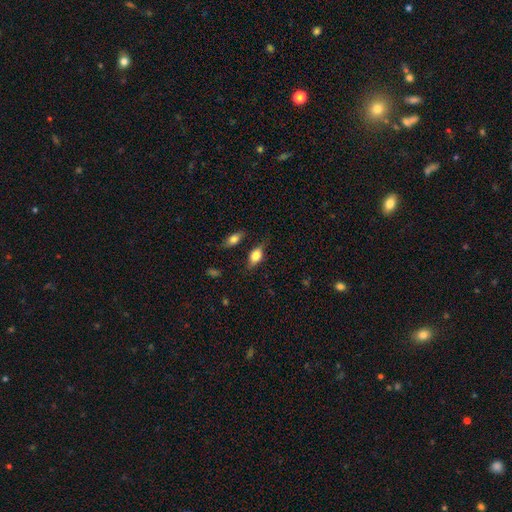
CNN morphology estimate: Smooth or featured? smooth (73%)
How rounded? in between (82%)
Merging? none (68%)